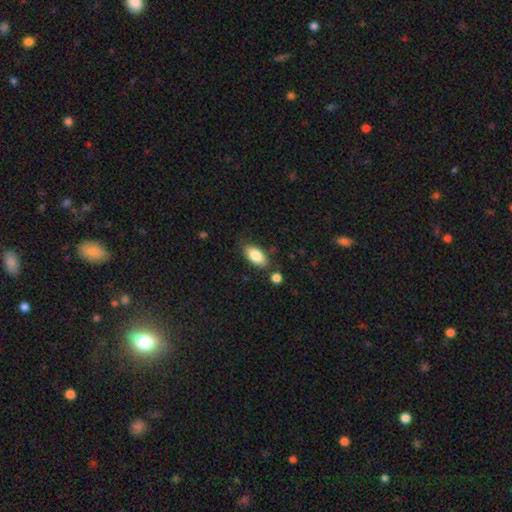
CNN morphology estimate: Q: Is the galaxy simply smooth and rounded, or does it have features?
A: smooth — 84%.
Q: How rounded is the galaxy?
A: in between — 91%.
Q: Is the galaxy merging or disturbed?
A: none — 78%.